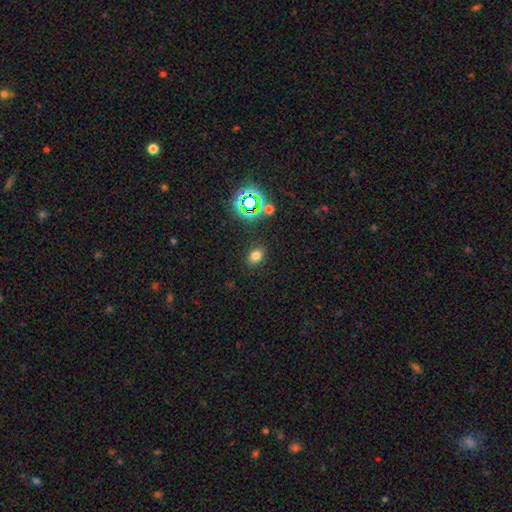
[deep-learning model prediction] Smooth or featured? Predicted: smooth (p=0.73). How rounded? Predicted: in between (p=0.63). Merging? Predicted: none (p=0.86).